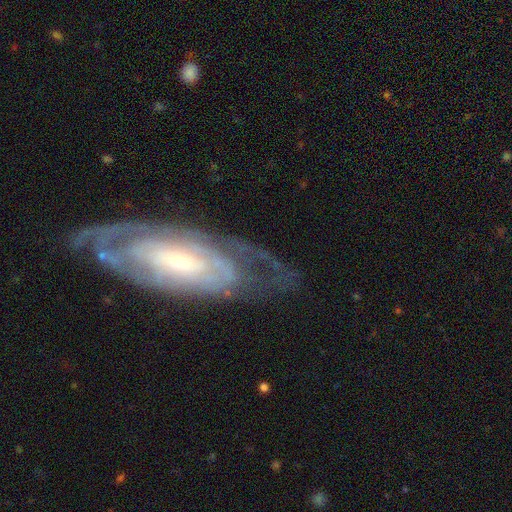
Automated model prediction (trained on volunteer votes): A featured or disk galaxy (80%) with no bar (55%), tight (71%) spiral arms (85%) and a small central bulge (61%). Merging: none (69%).